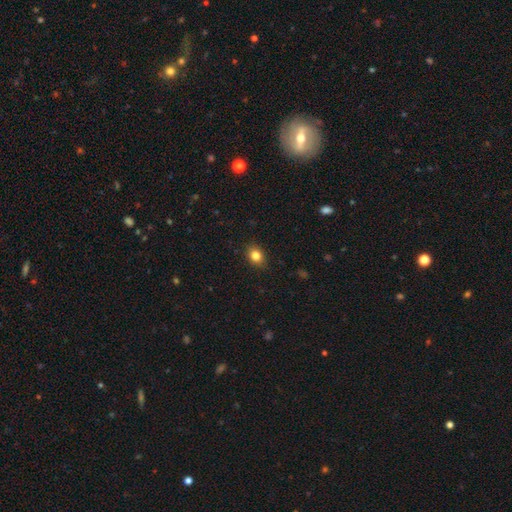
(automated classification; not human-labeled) Morphology: type=smooth (83%); roundness=round (55%); merging=none (88%).